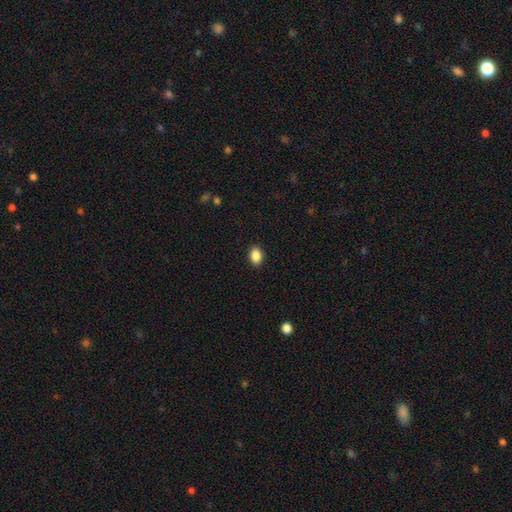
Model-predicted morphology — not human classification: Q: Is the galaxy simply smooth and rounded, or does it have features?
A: smooth — 88%.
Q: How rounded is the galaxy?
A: in between — 81%.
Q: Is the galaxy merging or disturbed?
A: none — 90%.